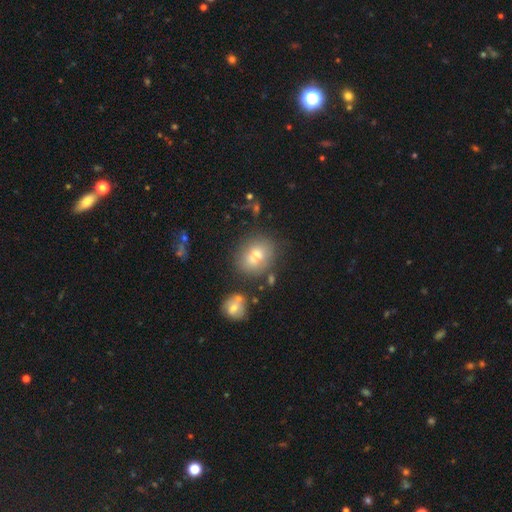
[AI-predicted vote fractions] A smooth galaxy with no disk features (70%) that is round (55%).

Vote fractions:
- Smooth or featured? smooth: 70% / featured or disk: 16% / star or artifact: 14%
- How rounded? round: 55% / in between: 44% / cigar-shaped: 2%
- Merging? none: 67% / minor disturbance: 15% / merger: 14% / major disturbance: 5%